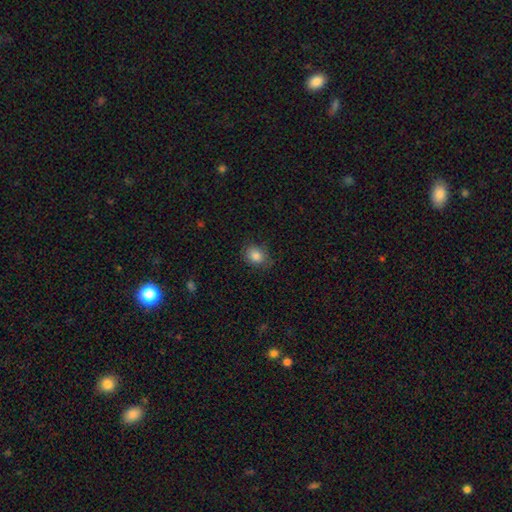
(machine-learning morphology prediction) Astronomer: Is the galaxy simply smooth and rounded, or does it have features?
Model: smooth — 84%.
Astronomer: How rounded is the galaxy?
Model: in between — 51% (runner-up: round, 48%).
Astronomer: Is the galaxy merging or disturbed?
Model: none — 76%.